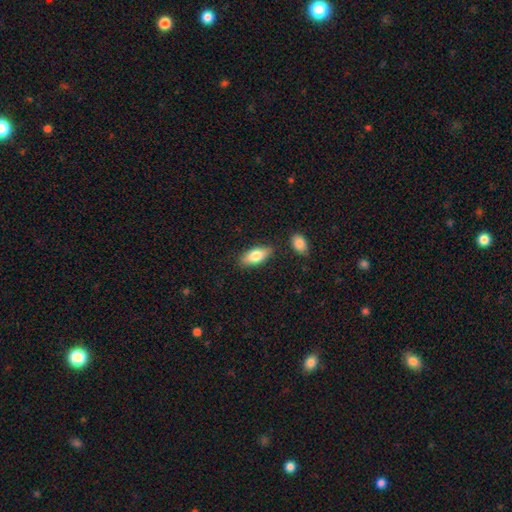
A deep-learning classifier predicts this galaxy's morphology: Smooth or featured? smooth (77%)
How rounded? in between (81%)
Merging? none (82%)